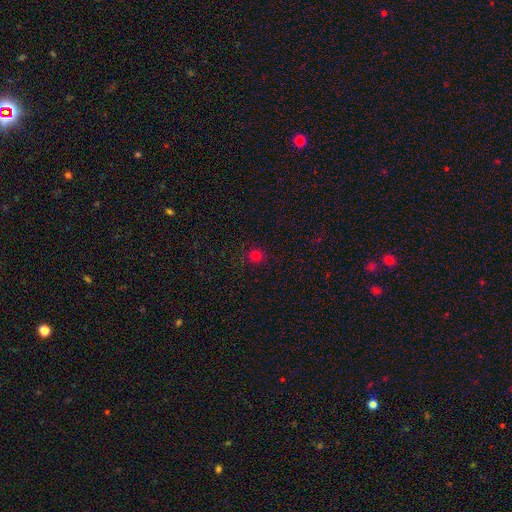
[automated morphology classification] Smooth or featured? Predicted: smooth (p=0.76). How rounded? Predicted: round (p=0.88). Merging? Predicted: none (p=0.87).